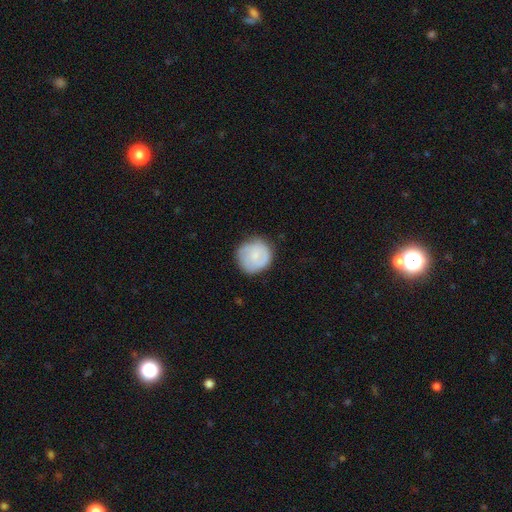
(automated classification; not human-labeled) Morphology: type=smooth (51%); roundness=round (91%); merging=none (76%).